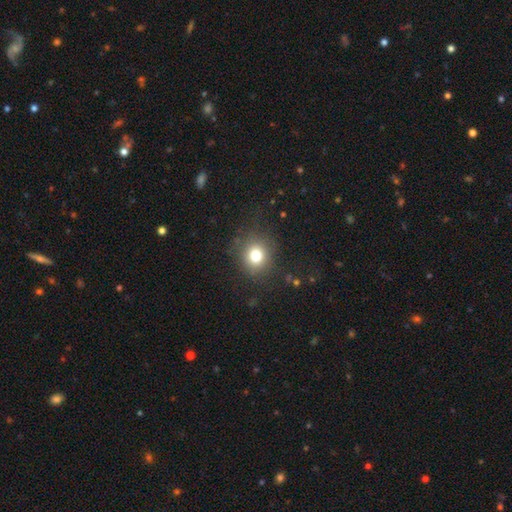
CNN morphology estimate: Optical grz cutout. It shows a smooth galaxy with no disk features (77%) that is round (82%). Merging: none (85%).